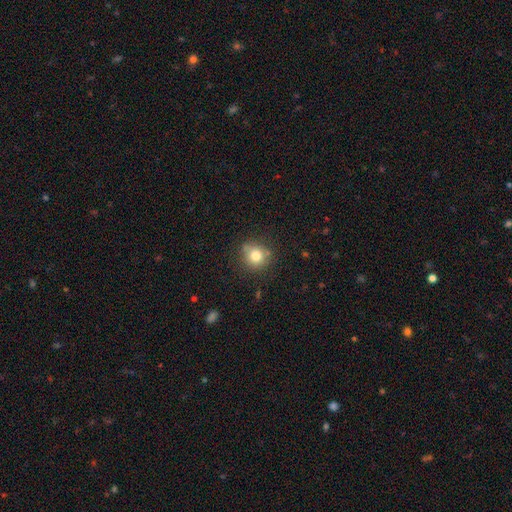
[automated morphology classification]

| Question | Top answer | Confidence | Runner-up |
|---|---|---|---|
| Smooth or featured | smooth | 79% | star or artifact (12%) |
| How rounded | round | 87% | in between (12%) |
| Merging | none | 80% | minor disturbance (14%) |